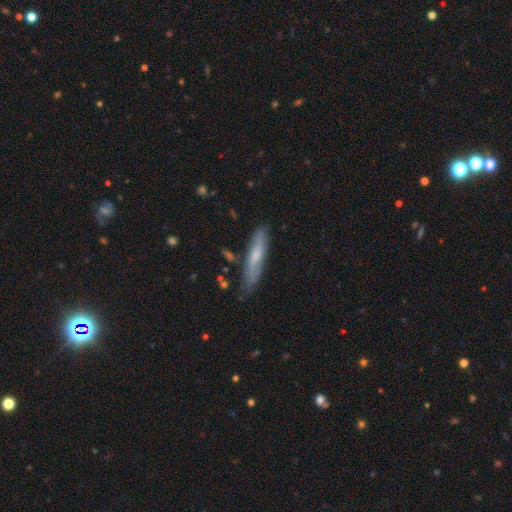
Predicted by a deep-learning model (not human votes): smooth 55%, featured or disk 39%, star or artifact 6%. Down the decision tree: how rounded — cigar-shaped (85%); merging — none (73%).